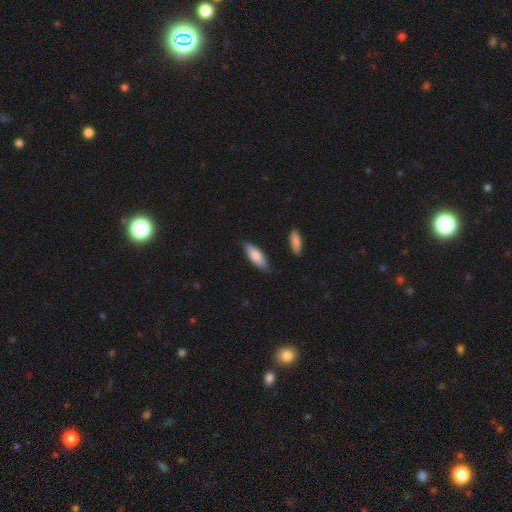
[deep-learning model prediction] This is likely a smooth galaxy (78%). How rounded: likely in between (61%). Merging: likely none (80%).